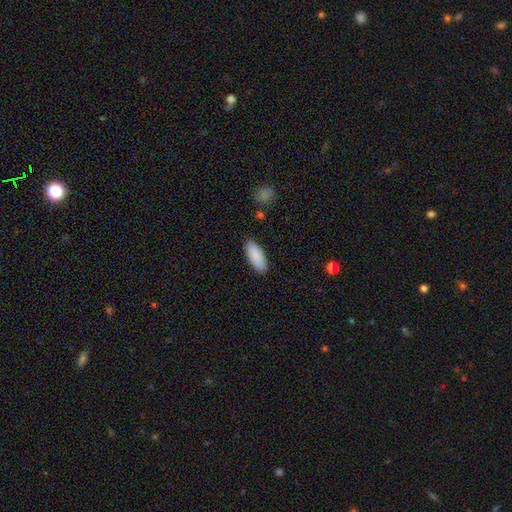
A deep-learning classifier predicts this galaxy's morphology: smooth 89%, star or artifact 6%, featured or disk 5%. Down the decision tree: how rounded — in between (76%); merging — none (88%).